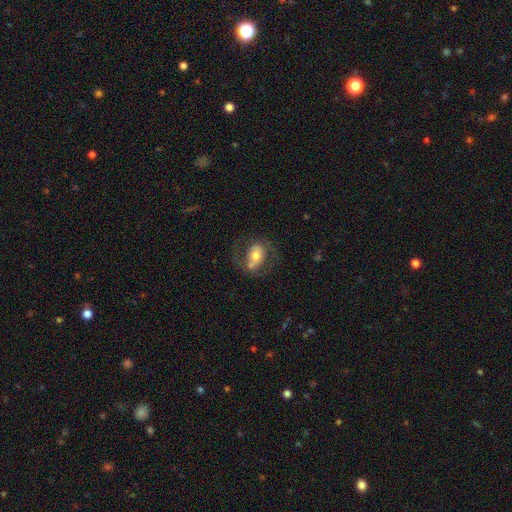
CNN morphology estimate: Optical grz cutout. It shows a featured or disk galaxy (53%). Merging: none (56%).